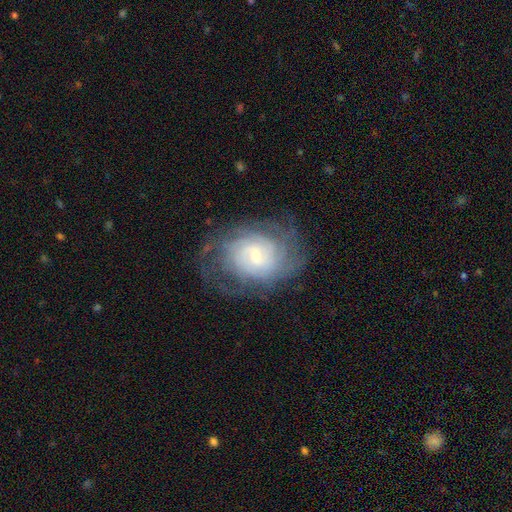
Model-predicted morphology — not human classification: Q: Smooth or featured?
A: featured or disk (81%); runner-up: smooth (12%)
Q: Edge-on disk?
A: no (97%); runner-up: yes (3%)
Q: Bar?
A: weak (46%); runner-up: no (45%)
Q: Spiral arms?
A: yes (94%); runner-up: no (6%)
Q: Spiral winding?
A: tight (70%); runner-up: medium (24%)
Q: Spiral arm count?
A: can't tell (48%); runner-up: 4 (14%)
Q: Bulge size?
A: small (69%); runner-up: moderate (25%)
Q: Merging?
A: none (71%); runner-up: minor disturbance (18%)